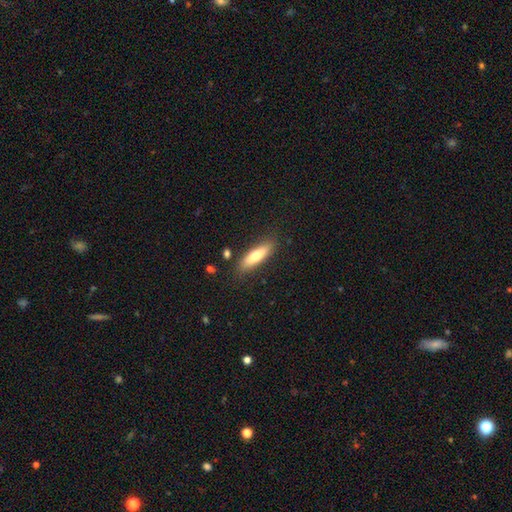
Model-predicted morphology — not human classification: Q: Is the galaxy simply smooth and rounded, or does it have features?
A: smooth — 66%.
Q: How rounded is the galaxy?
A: cigar-shaped — 58%.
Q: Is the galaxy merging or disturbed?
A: none — 84%.